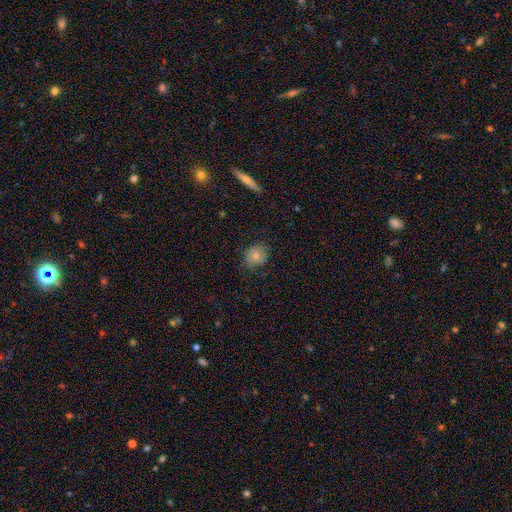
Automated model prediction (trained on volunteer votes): smooth_or_featured: smooth (p=0.69) [alt: featured or disk p=0.22]
how_rounded: round (p=0.71) [alt: in between p=0.28]
merging: none (p=0.67) [alt: minor disturbance p=0.24]